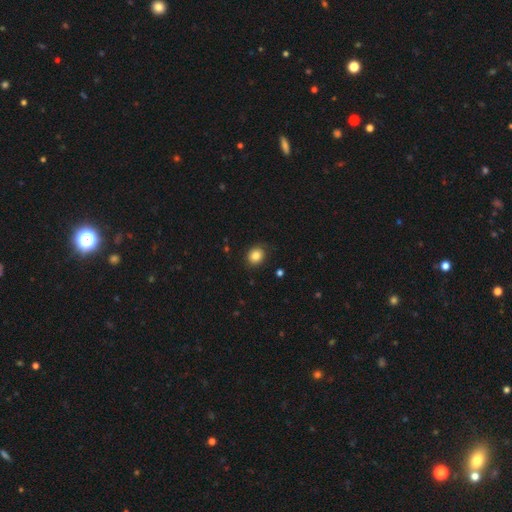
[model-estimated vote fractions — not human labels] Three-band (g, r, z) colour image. It shows a smooth galaxy with no disk features (84%) that is round (69%). Merging: none (83%).